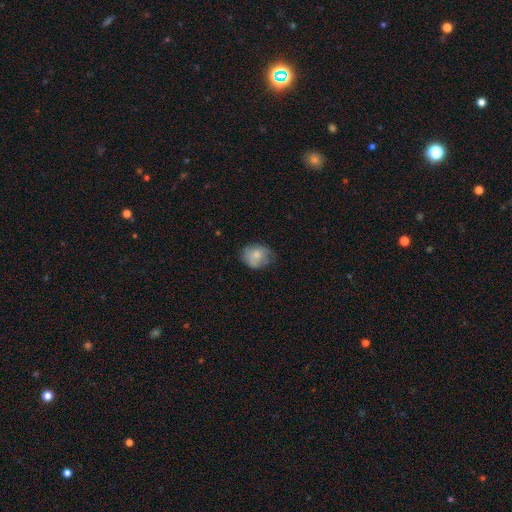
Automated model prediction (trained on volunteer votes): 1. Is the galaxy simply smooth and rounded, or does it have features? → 71% smooth, 21% featured or disk, 8% star or artifact.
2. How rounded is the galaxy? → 55% round, 44% in between, 1% cigar-shaped.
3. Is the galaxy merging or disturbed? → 54% none, 32% minor disturbance, 12% major disturbance, 2% merger.